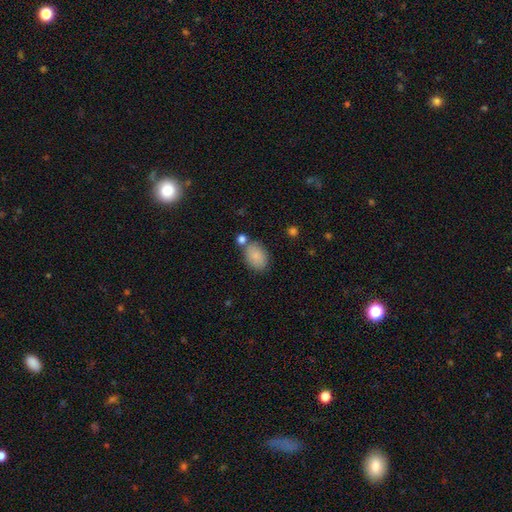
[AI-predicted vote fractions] smooth_or_featured: smooth (p=0.86) [alt: star or artifact p=0.07]
how_rounded: in between (p=0.81) [alt: round p=0.17]
merging: none (p=0.67) [alt: minor disturbance p=0.15]